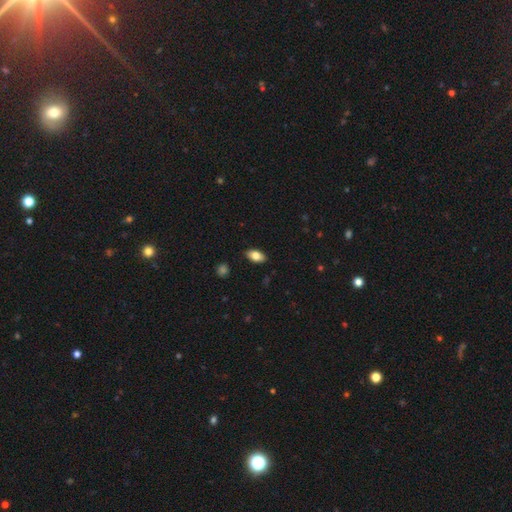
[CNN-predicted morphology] This is clearly a smooth galaxy (81%). How rounded: clearly in between (92%). Merging: clearly none (88%).